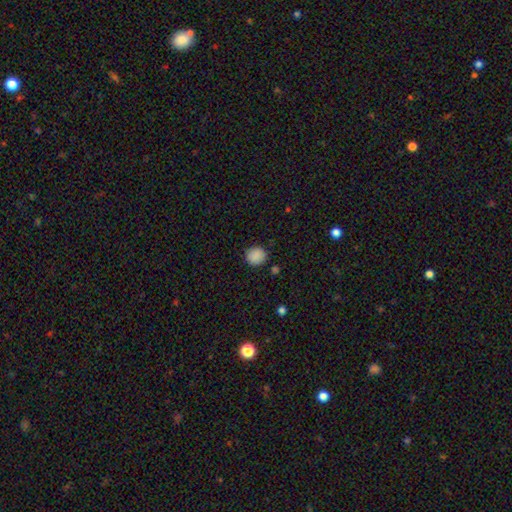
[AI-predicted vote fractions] This appears to be a smooth galaxy with no disk features (88%) that is round (86%). Merging: none (86%).